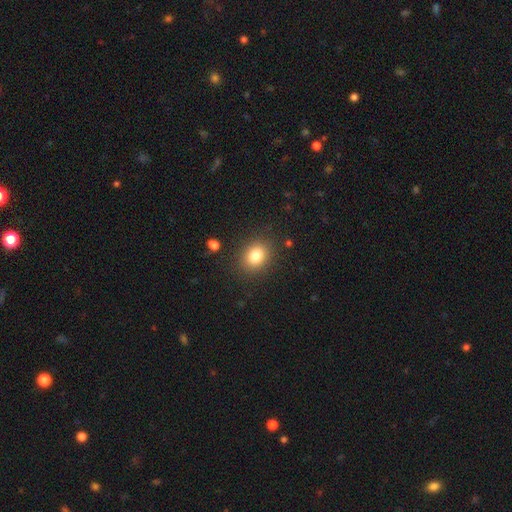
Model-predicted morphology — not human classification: This appears to be a smooth galaxy with no disk features (82%) that is round (55%). Merging: none (86%).